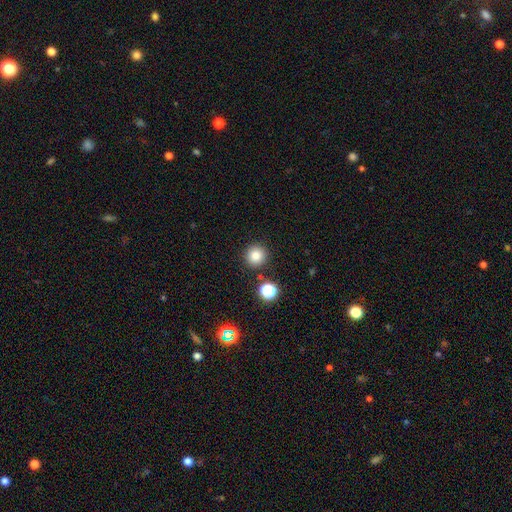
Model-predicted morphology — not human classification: This appears to be a smooth galaxy with no disk features (82%) that is round (94%). Merging: none (88%).